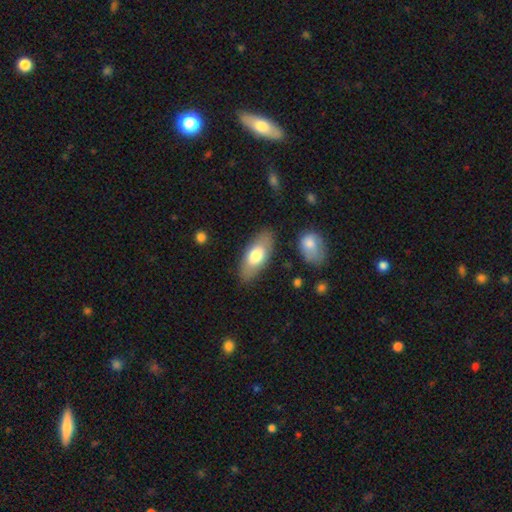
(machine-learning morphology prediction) The model was most divided on "smooth or featured": smooth: 70%, featured or disk: 24%, star or artifact: 6%. More confident: merging — none (84%); how rounded — in between (83%).